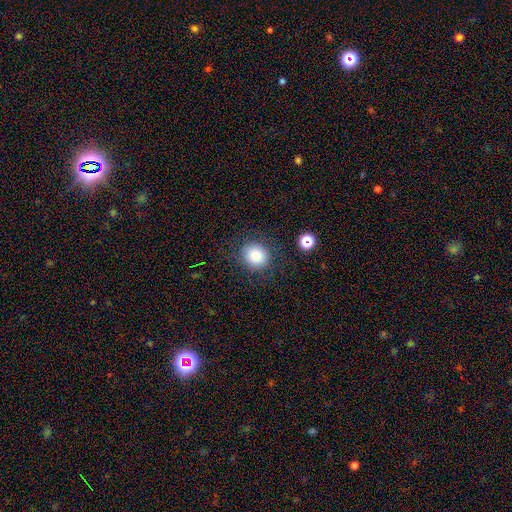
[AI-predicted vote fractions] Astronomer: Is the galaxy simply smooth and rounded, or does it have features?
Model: smooth — 79%.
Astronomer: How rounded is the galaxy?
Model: round — 86%.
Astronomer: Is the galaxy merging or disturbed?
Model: none — 84%.